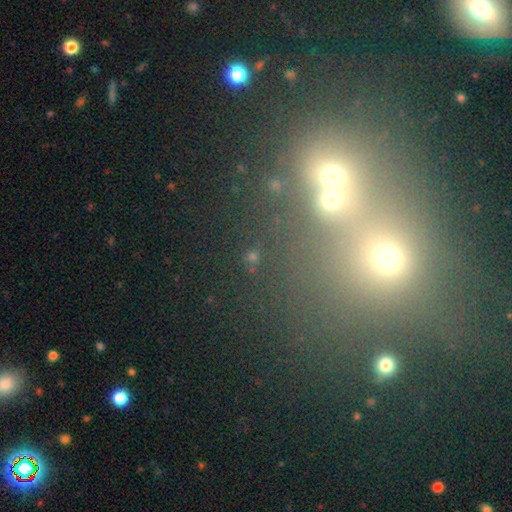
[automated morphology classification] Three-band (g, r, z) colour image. It shows a smooth galaxy with no disk features (47%). Merging: none (54%).